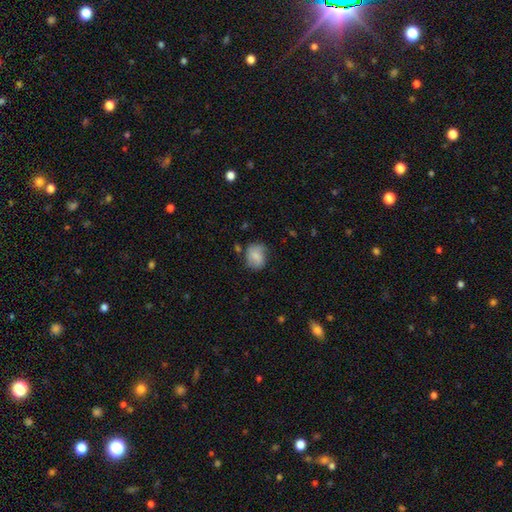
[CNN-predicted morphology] This is likely a smooth galaxy (73%). How rounded: possibly round (56%). Merging: likely none (62%).